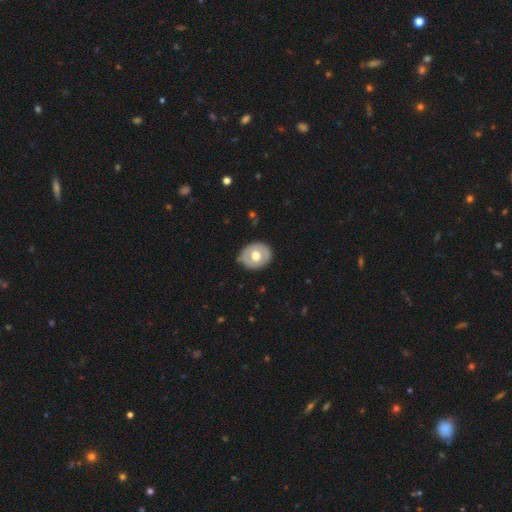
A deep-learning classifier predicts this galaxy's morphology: A smooth galaxy with no disk features (56%) that is round (64%).

Vote fractions:
- Smooth or featured? smooth: 56% / featured or disk: 38% / star or artifact: 6%
- How rounded? round: 64% / in between: 36% / cigar-shaped: 1%
- Merging? none: 82% / minor disturbance: 14% / major disturbance: 3% / merger: 1%